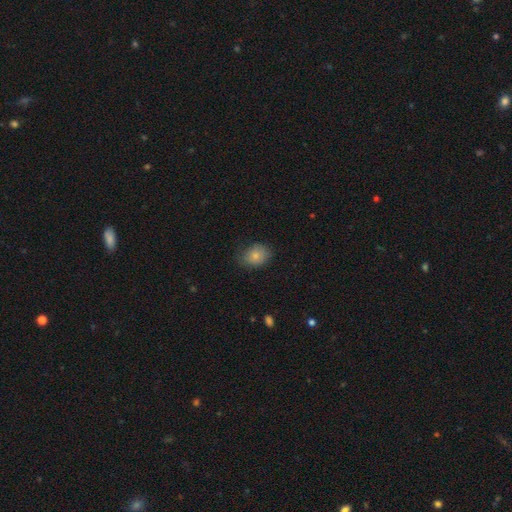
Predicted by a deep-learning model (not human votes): The model was most divided on "how rounded": in between: 57%, round: 42%, cigar-shaped: 1%. More confident: smooth or featured — smooth (82%); merging — none (73%).